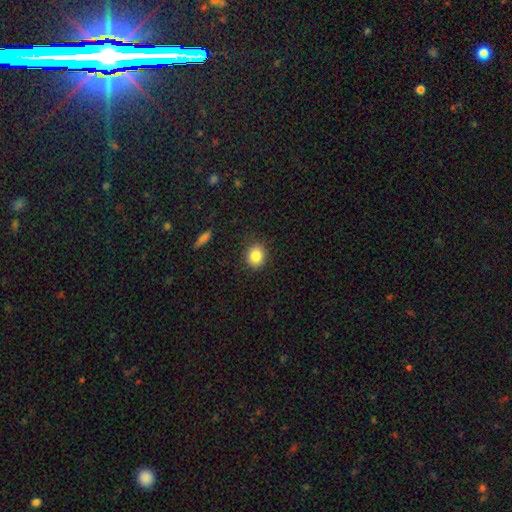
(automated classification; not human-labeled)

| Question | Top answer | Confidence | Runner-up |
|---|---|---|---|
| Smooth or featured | smooth | 85% | star or artifact (10%) |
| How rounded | round | 70% | in between (29%) |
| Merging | none | 87% | minor disturbance (9%) |